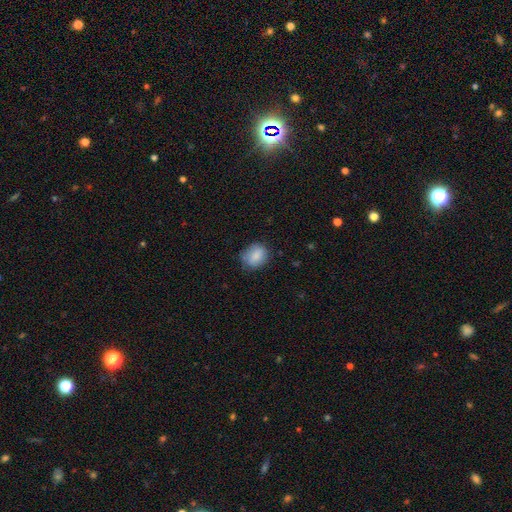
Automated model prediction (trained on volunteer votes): This is clearly a smooth galaxy (84%). How rounded: possibly round (54%). Merging: likely none (71%).